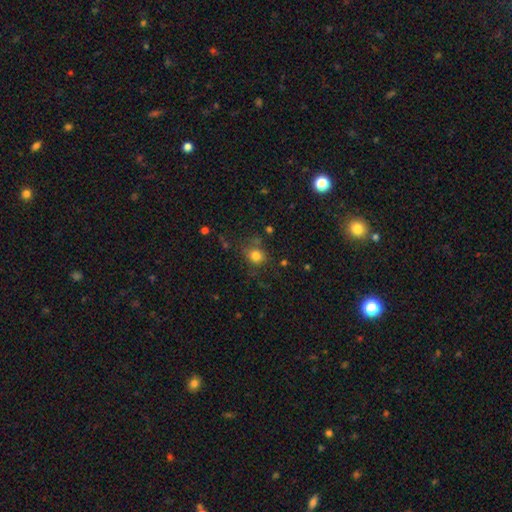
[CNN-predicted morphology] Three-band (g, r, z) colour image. It shows a smooth galaxy with no disk features (79%) that is round (76%). Merging: none (70%).